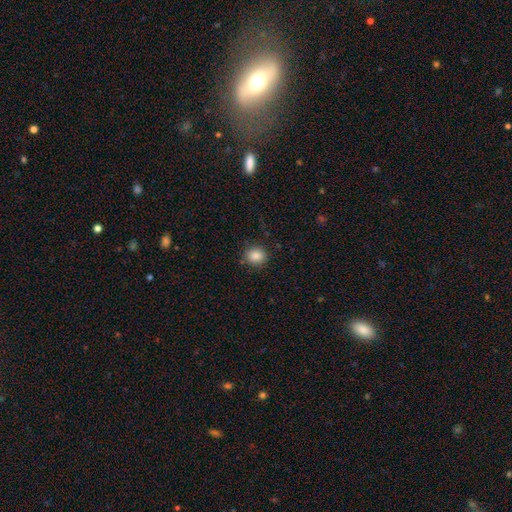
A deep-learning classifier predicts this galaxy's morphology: Smooth or featured? smooth (85%)
How rounded? round (81%)
Merging? none (87%)